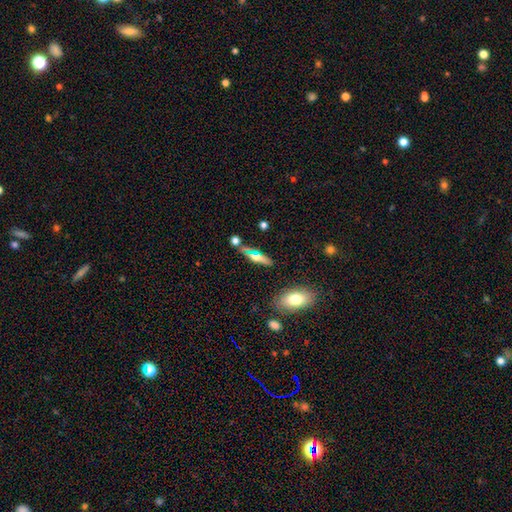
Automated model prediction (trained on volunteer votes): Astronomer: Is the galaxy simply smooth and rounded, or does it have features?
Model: smooth — 49% (runner-up: featured or disk, 39%).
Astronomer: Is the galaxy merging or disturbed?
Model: none — 76%.